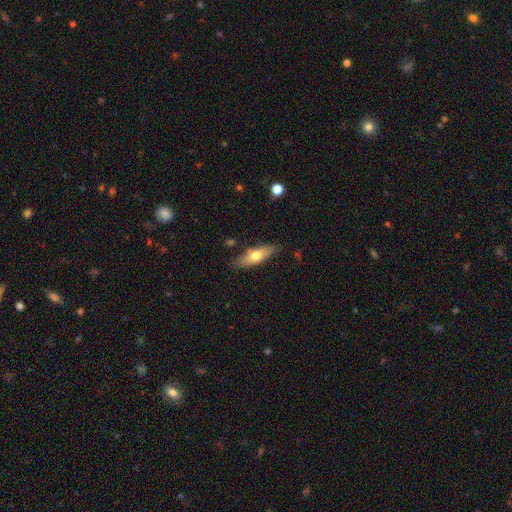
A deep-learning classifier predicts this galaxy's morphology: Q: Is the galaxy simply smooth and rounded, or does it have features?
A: smooth — 61%.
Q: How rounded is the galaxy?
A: in between — 56%.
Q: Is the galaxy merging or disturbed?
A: none — 81%.